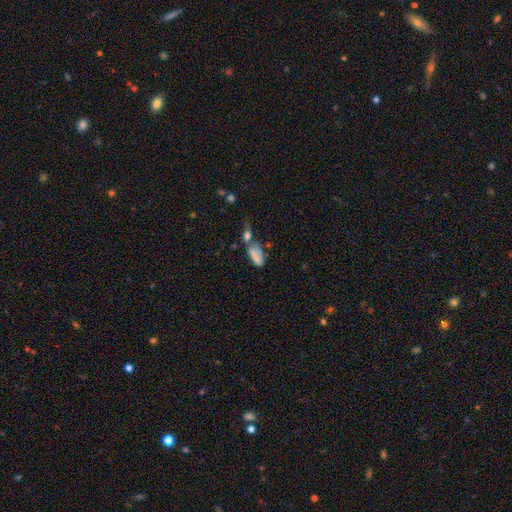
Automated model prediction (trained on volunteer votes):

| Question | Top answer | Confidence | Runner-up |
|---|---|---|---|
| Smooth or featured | smooth | 62% | featured or disk (26%) |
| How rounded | in between | 78% | cigar-shaped (18%) |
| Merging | merger | 44% | none (24%) |